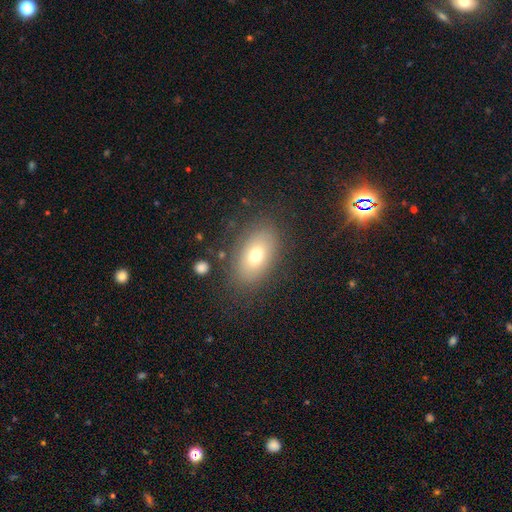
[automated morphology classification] Smooth or featured? Predicted: smooth (p=0.69). How rounded? Predicted: in between (p=0.87). Merging? Predicted: none (p=0.80).